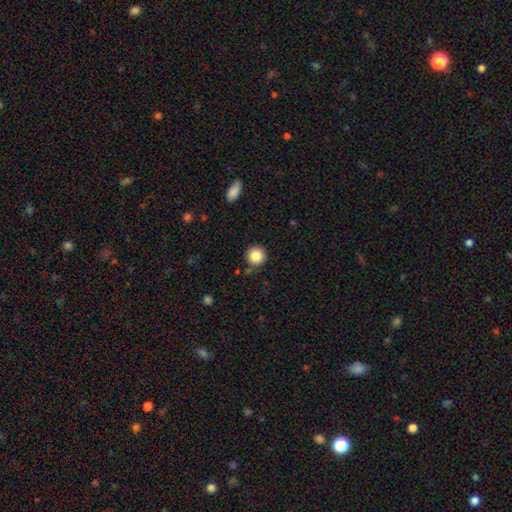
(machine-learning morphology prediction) A smooth galaxy with no disk features (86%) that is round (95%). Merging: none (87%).